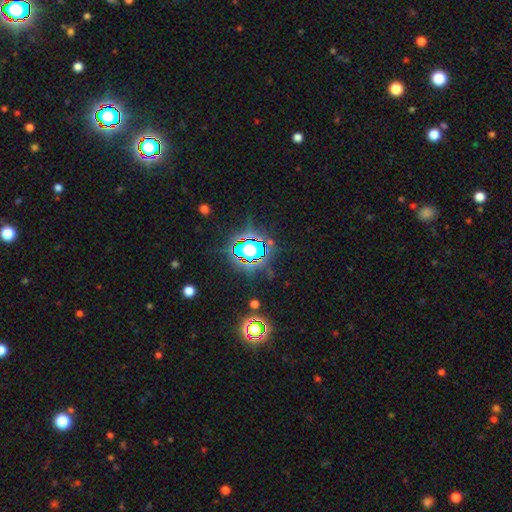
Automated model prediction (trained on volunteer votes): Smooth or featured?
  - star or artifact: 69% *
  - smooth: 20%
  - featured or disk: 11%